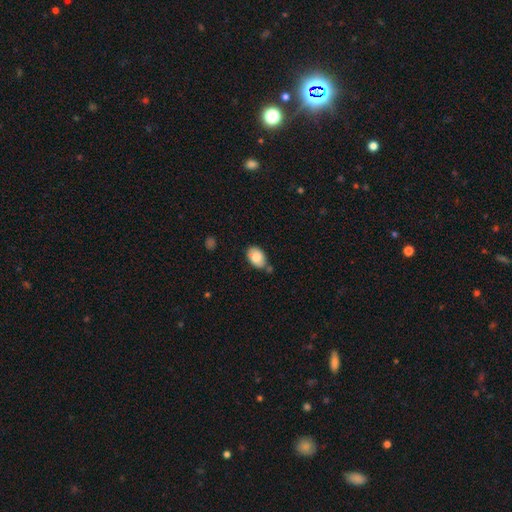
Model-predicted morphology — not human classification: smooth_or_featured: smooth (p=0.82) [alt: featured or disk p=0.11]
how_rounded: in between (p=0.89) [alt: round p=0.10]
merging: none (p=0.62) [alt: minor disturbance p=0.23]